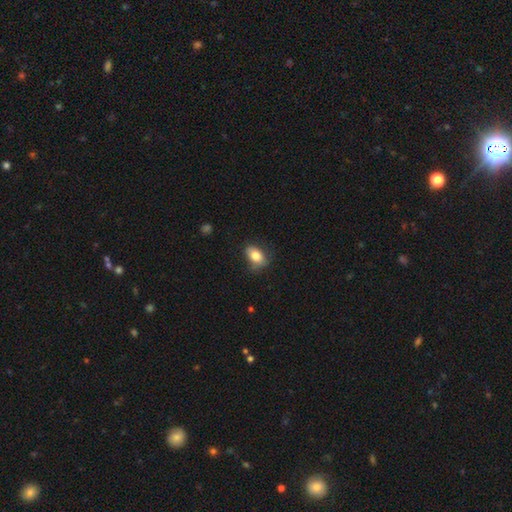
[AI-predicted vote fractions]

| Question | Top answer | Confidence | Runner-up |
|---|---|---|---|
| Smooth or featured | smooth | 80% | featured or disk (12%) |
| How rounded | in between | 84% | round (14%) |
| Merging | none | 66% | minor disturbance (25%) |